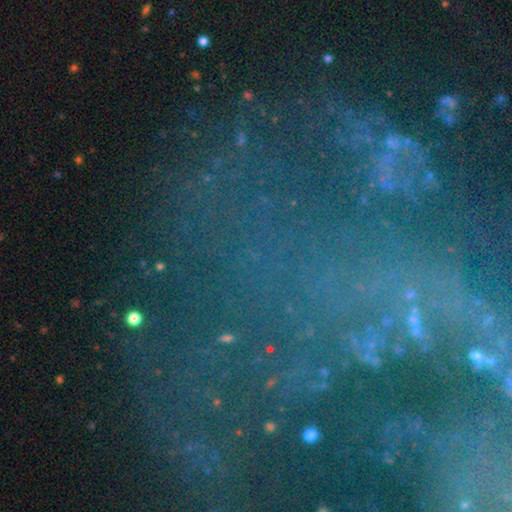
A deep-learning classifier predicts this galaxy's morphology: smooth_or_featured: star or artifact (p=0.51) [alt: featured or disk p=0.35]